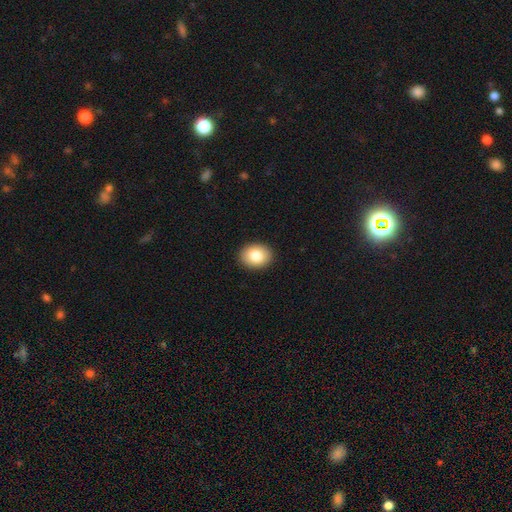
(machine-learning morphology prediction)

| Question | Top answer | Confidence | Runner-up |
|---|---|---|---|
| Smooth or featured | smooth | 82% | featured or disk (9%) |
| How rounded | in between | 56% | round (43%) |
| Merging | none | 91% | minor disturbance (6%) |